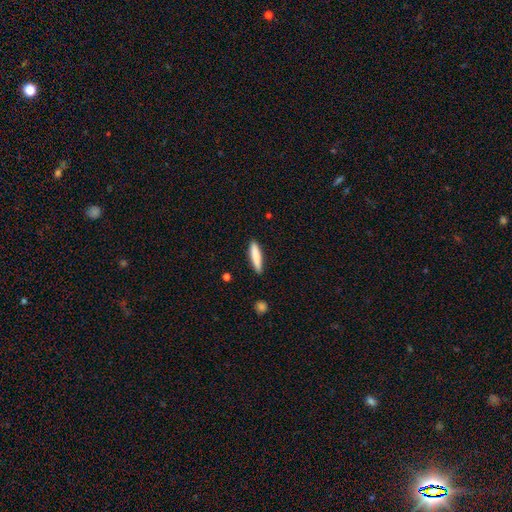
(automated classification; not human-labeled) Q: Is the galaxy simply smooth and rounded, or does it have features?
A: smooth — 83%.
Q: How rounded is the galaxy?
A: cigar-shaped — 84%.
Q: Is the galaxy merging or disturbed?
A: none — 87%.